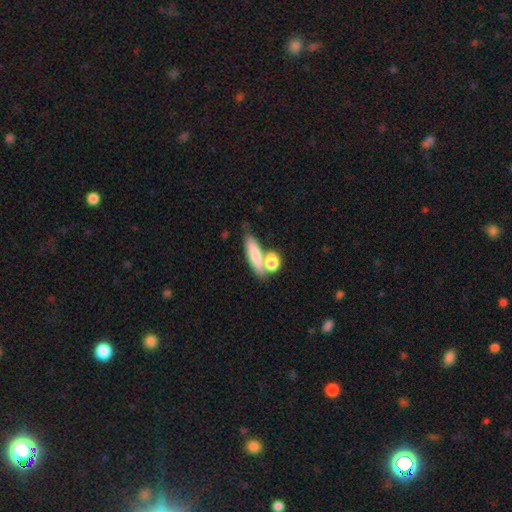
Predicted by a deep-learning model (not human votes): The model was most divided on "how rounded": in between: 48%, cigar-shaped: 41%, round: 10%. Remaining: smooth or featured — smooth (75%); merging — none (45%).